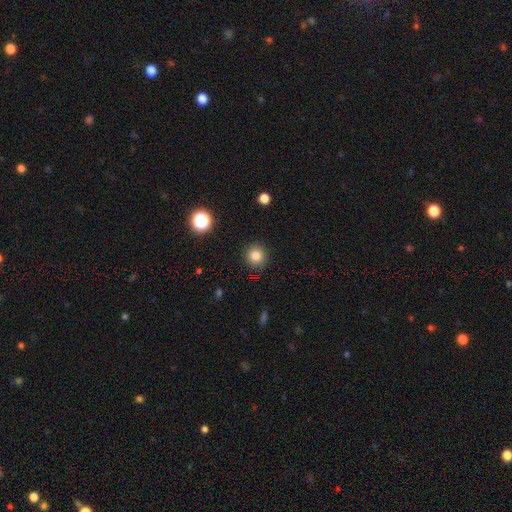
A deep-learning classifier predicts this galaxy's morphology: smooth_or_featured: smooth (p=0.81) [alt: star or artifact p=0.13]
how_rounded: round (p=0.94) [alt: in between p=0.05]
merging: none (p=0.92) [alt: minor disturbance p=0.05]